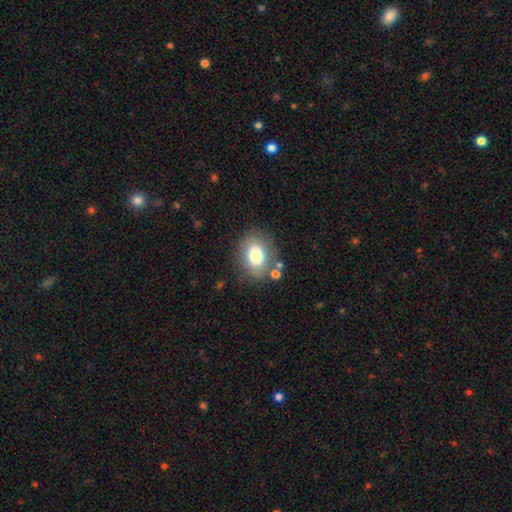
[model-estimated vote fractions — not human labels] Smooth or featured? smooth (75%)
How rounded? in between (57%)
Merging? none (78%)